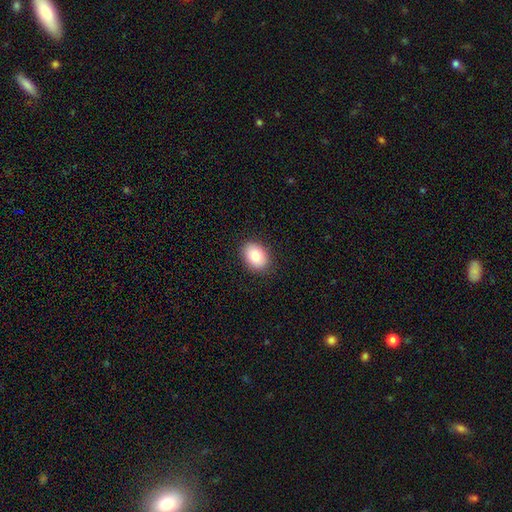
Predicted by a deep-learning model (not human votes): Morphology: type=smooth (84%); roundness=in between (73%); merging=none (89%).